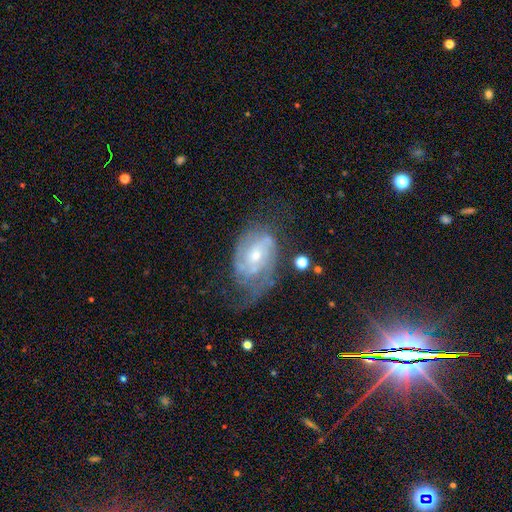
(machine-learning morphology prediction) featured or disk 82%, smooth 11%, star or artifact 7%. Down the decision tree: edge-on disk — no (96%); bar — no (54%); spiral arms — yes (93%); spiral arm count — 2 (47%); spiral winding — tight (49%); bulge size — small (52%); merging — none (50%).